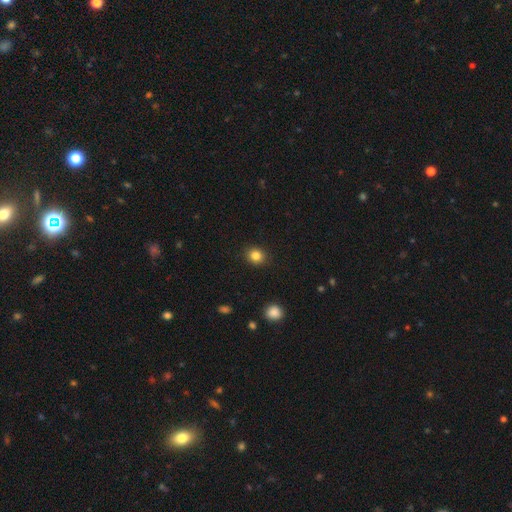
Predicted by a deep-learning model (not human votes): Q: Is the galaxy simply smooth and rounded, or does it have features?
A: smooth — 84%.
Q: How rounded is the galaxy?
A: round — 76%.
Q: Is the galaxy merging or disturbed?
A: none — 90%.